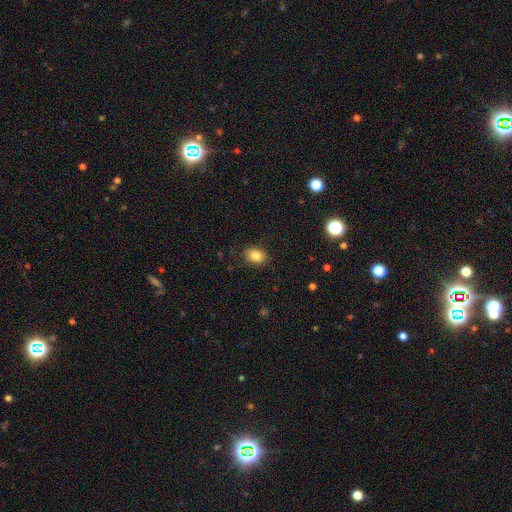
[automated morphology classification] A smooth galaxy with no disk features (84%) that is in between round and cigar-shaped (66%).

Vote fractions:
- Smooth or featured? smooth: 84% / star or artifact: 10% / featured or disk: 6%
- How rounded? in between: 66% / round: 33% / cigar-shaped: 1%
- Merging? none: 85% / minor disturbance: 11% / major disturbance: 3% / merger: 1%